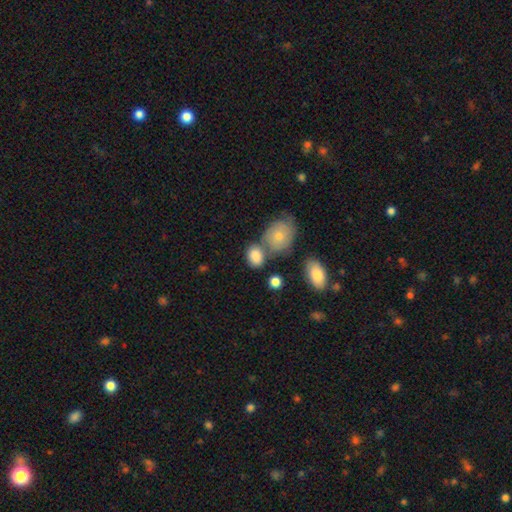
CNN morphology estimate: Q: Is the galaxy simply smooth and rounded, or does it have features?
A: smooth — 81%.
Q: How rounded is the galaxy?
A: in between — 70%.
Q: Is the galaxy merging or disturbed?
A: none — 48%.